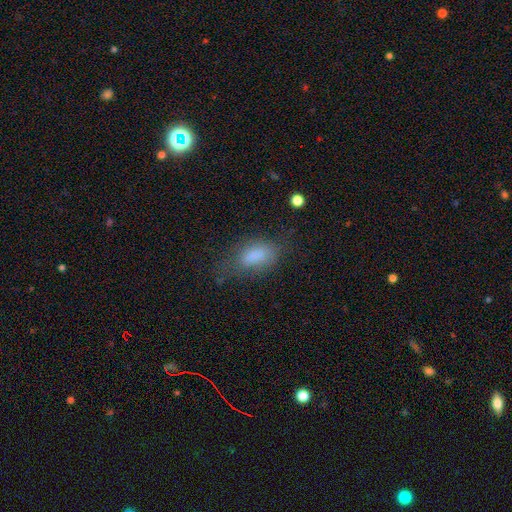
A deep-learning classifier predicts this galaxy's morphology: The model was most divided on "merging": none: 54%, minor disturbance: 27%, major disturbance: 16%, merger: 3%. More confident: how rounded — in between (87%); smooth or featured — smooth (79%).